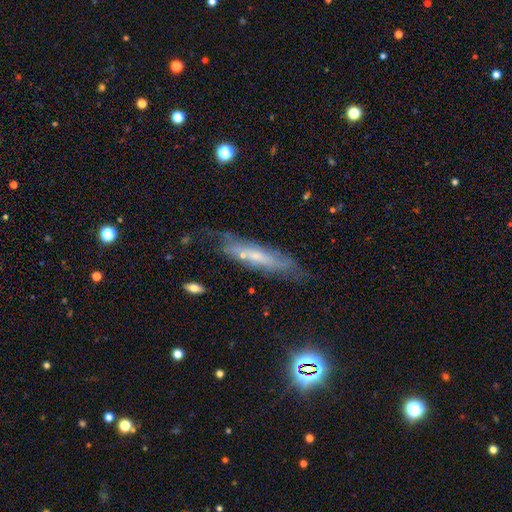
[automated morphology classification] The model was most divided on "edge-on disk": yes: 56%, no: 44%. More confident: merging — none (60%); smooth or featured — featured or disk (58%).